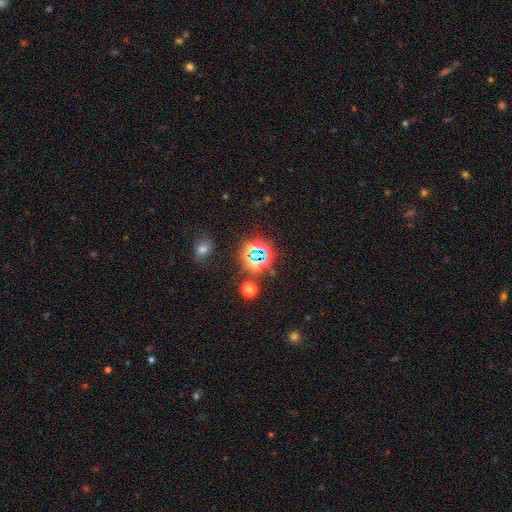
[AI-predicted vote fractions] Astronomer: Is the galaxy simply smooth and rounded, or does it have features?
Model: star or artifact — 69%.